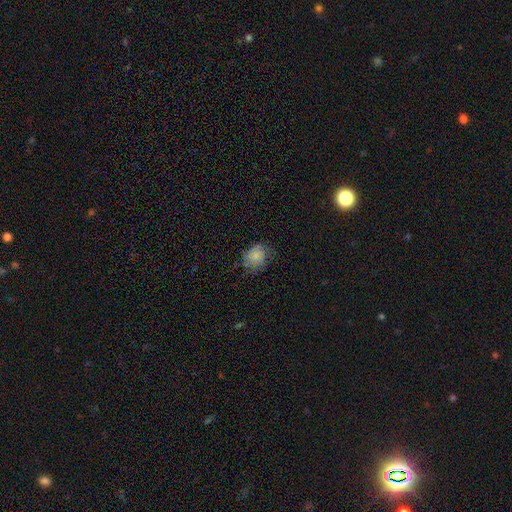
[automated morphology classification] This is likely a smooth galaxy (73%). How rounded: likely round (60%). Merging: possibly none (55%).